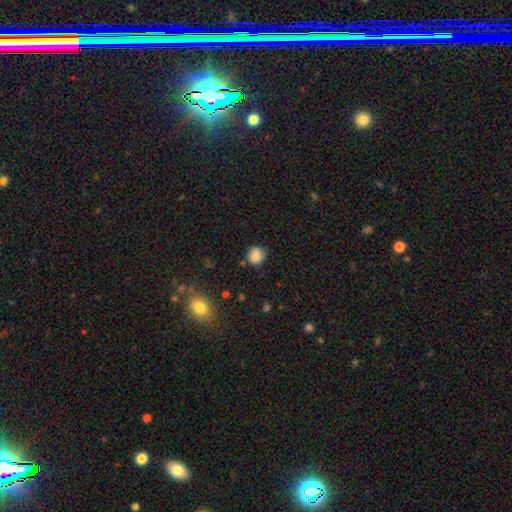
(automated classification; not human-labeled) Smooth or featured: smooth — 84% (star or artifact — 10%)
How rounded: round — 82% (in between — 17%)
Merging: none — 75% (minor disturbance — 18%)